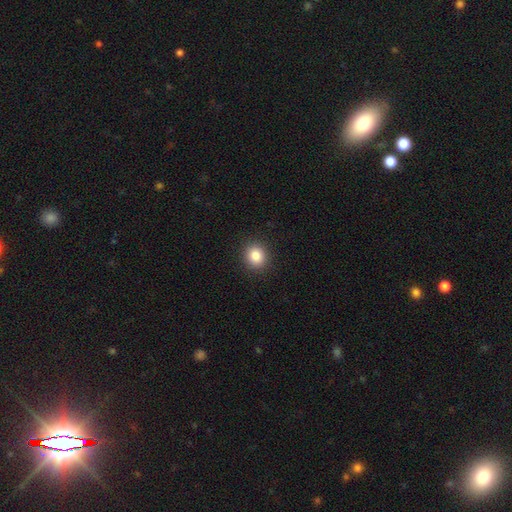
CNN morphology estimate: type=smooth (85%); roundness=round (81%); merging=none (91%).